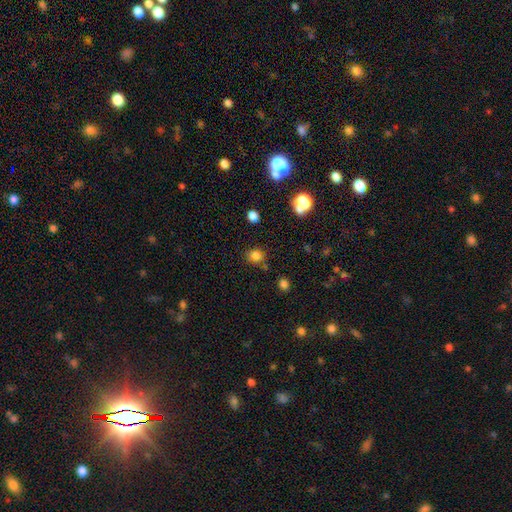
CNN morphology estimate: The model was most divided on "how rounded": round: 79%, in between: 20%, cigar-shaped: 1%. More confident: smooth or featured — smooth (80%); merging — none (79%).